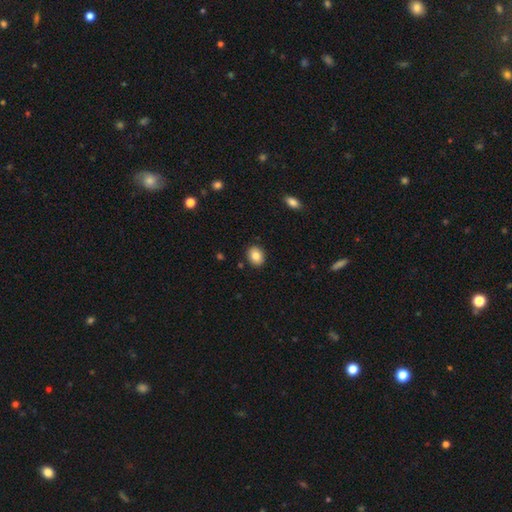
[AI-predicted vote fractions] smooth-or-featured: smooth: 84% | star or artifact: 8% | featured or disk: 7%
  how-rounded: round: 52% | in between: 47% | cigar-shaped: 1%
  merging: none: 90% | minor disturbance: 7% | major disturbance: 2% | merger: 1%